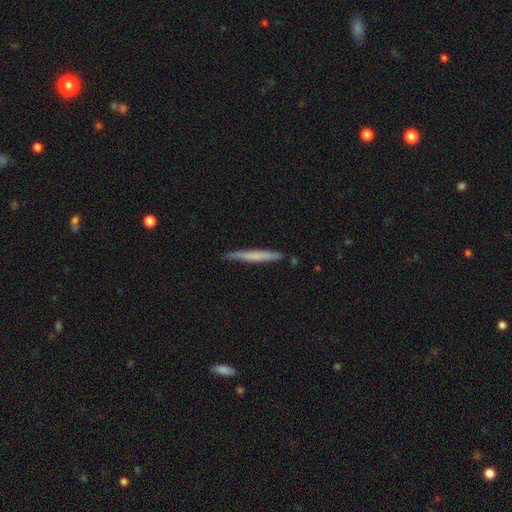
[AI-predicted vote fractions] This is possibly a smooth galaxy (56%). How rounded: clearly cigar-shaped (96%). Merging: clearly none (83%).